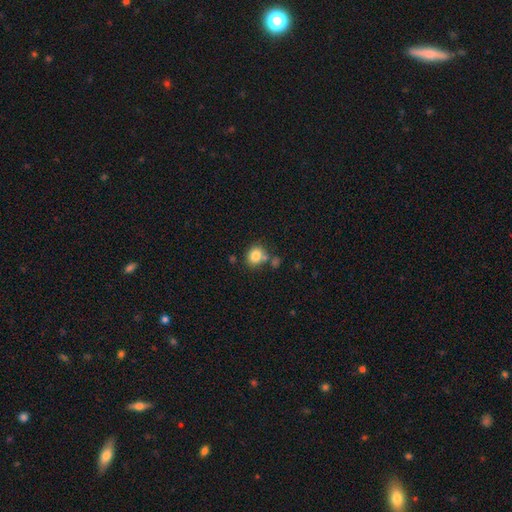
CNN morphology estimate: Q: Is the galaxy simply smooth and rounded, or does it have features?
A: smooth — 82%.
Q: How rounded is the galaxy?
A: round — 72%.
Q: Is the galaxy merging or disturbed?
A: none — 63%.